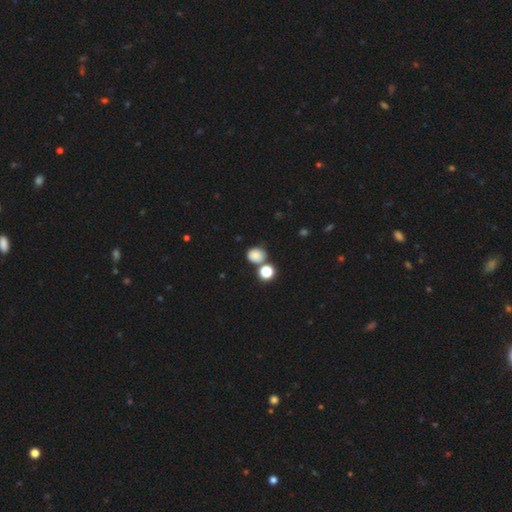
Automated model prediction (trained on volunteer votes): Morphology: type=smooth (80%); roundness=round (67%); merging=none (64%).